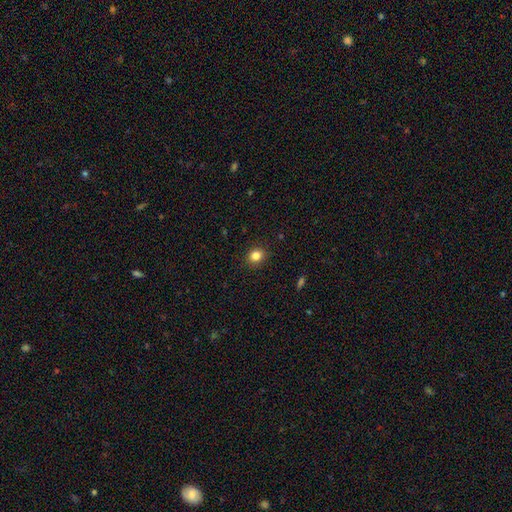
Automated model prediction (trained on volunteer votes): Smooth or featured? Predicted: smooth (p=0.84). How rounded? Predicted: round (p=0.75). Merging? Predicted: none (p=0.90).